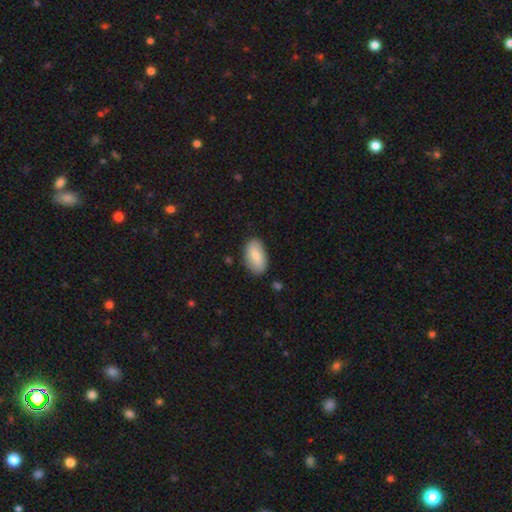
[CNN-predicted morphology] Smooth or featured: smooth — 80% (featured or disk — 14%)
How rounded: in between — 94% (round — 3%)
Merging: none — 84% (minor disturbance — 12%)